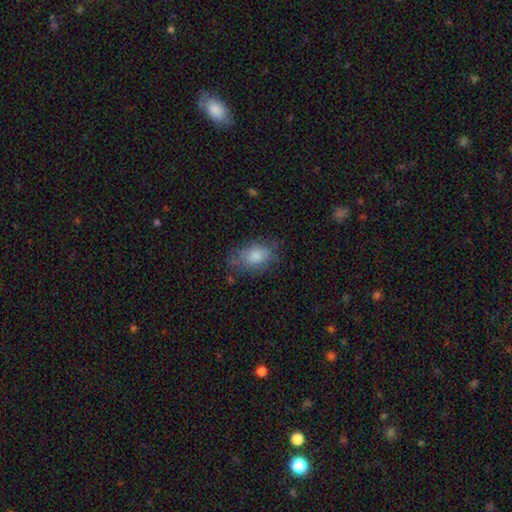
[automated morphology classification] A smooth galaxy with no disk features (77%) that is in between round and cigar-shaped (85%). Merging: none (65%).